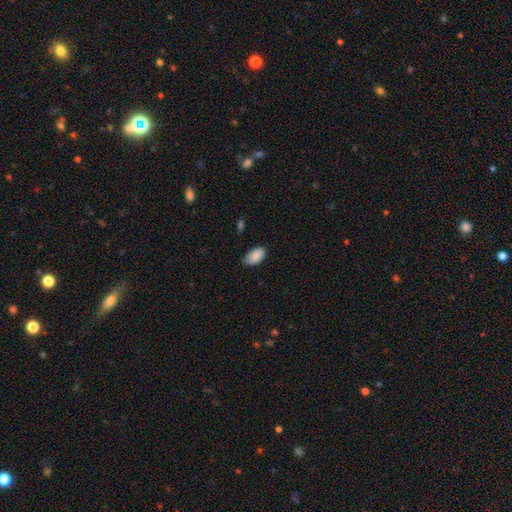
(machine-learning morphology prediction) A smooth galaxy with no disk features (89%) that is in between round and cigar-shaped (94%). Merging: none (72%).